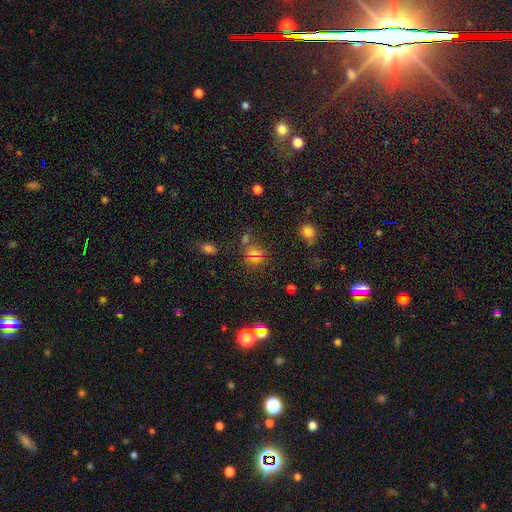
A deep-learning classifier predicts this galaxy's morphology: smooth_or_featured: star or artifact (p=0.48) [alt: smooth p=0.41]